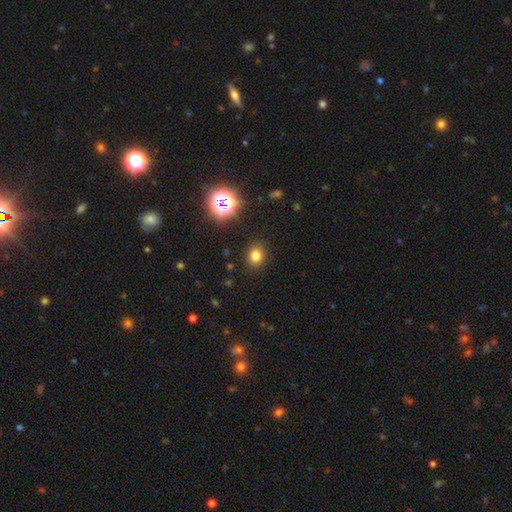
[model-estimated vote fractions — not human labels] smooth-or-featured: smooth: 77% | star or artifact: 17% | featured or disk: 6%
  how-rounded: round: 73% | in between: 26% | cigar-shaped: 1%
  merging: none: 89% | minor disturbance: 7% | major disturbance: 3% | merger: 1%